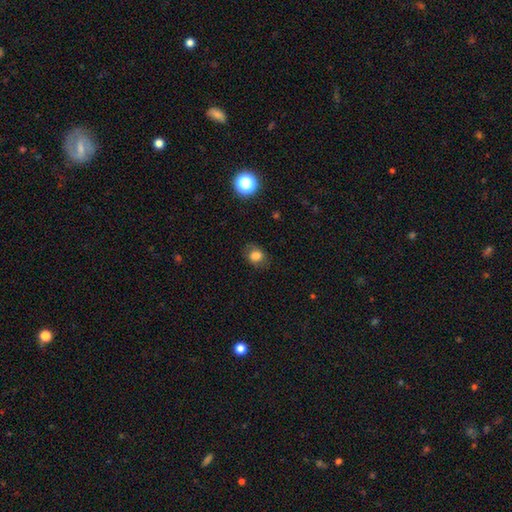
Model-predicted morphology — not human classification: smooth_or_featured: smooth (p=0.79) [alt: star or artifact p=0.12]
how_rounded: round (p=0.50) [alt: in between p=0.49]
merging: none (p=0.78) [alt: minor disturbance p=0.16]